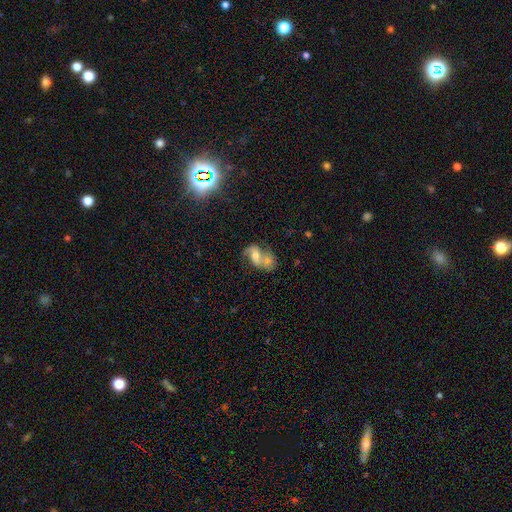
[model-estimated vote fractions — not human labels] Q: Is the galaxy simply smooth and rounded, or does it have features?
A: featured or disk — 58%.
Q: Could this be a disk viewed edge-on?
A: no — 96%.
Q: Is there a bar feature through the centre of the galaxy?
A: no — 53%.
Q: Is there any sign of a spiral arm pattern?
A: yes — 77%.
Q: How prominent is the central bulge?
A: moderate — 58%.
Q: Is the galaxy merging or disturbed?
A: merger — 61%.